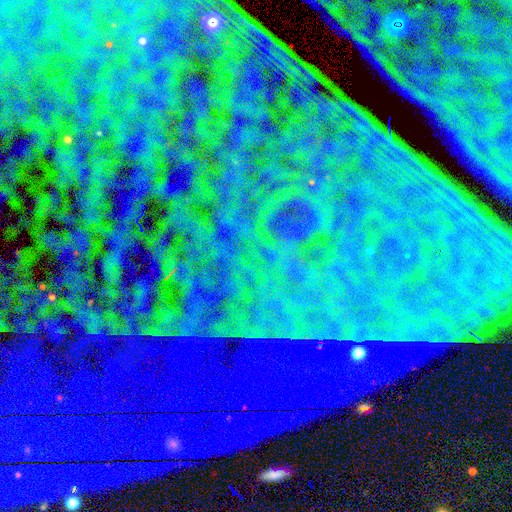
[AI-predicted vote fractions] This is clearly a star or artifact rather than a galaxy (87%).